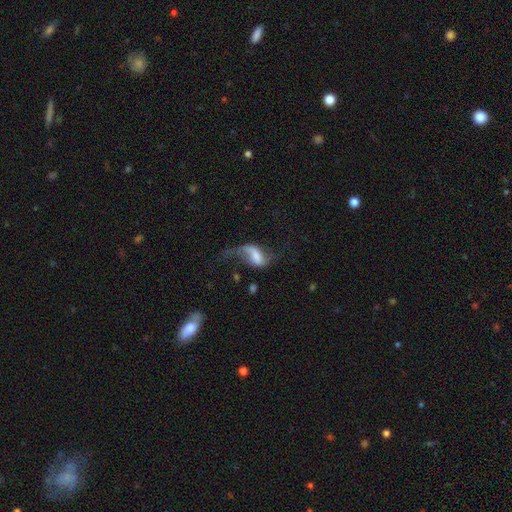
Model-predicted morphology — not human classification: Smooth or featured?
  - featured or disk: 69% *
  - smooth: 22%
  - star or artifact: 8%
Edge-on disk?
  - no: 96% *
  - yes: 4%
Bar?
  - weak: 43% *
  - no: 29%
  - strong: 27%
Spiral arms?
  - yes: 88% *
  - no: 12%
Spiral winding?
  - loose: 87% *
  - medium: 11%
  - tight: 3%
Spiral arm count?
  - 2: 70% *
  - 1: 24%
  - can't tell: 3%
  - 3: 1%
  - 4: 1%
  - more than 4: 1%
Bulge size?
  - small: 34% *
  - moderate: 30%
  - none: 22%
  - large: 11%
  - dominant: 3%
Merging?
  - major disturbance: 40% *
  - none: 35%
  - minor disturbance: 19%
  - merger: 6%